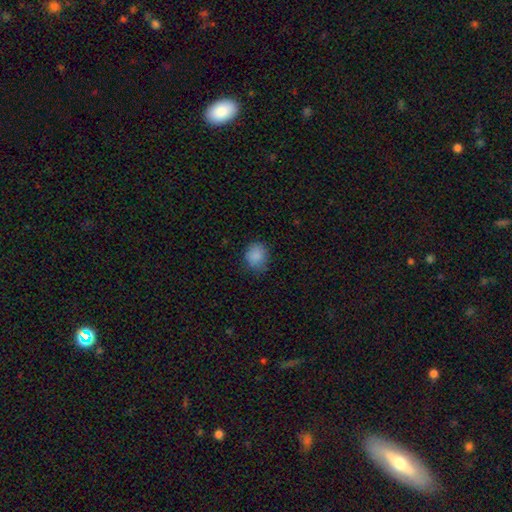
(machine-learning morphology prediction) smooth 87%, star or artifact 9%, featured or disk 4%. Down the decision tree: how rounded — round (75%); merging — none (75%).